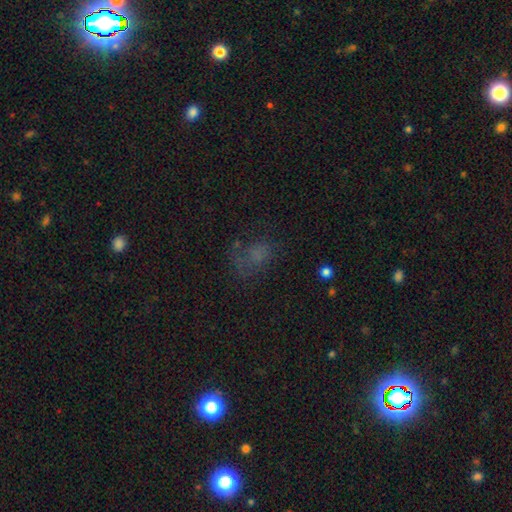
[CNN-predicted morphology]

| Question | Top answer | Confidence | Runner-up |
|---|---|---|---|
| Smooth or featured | smooth | 50% | star or artifact (30%) |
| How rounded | in between | 64% | round (34%) |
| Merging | none | 45% | major disturbance (30%) |